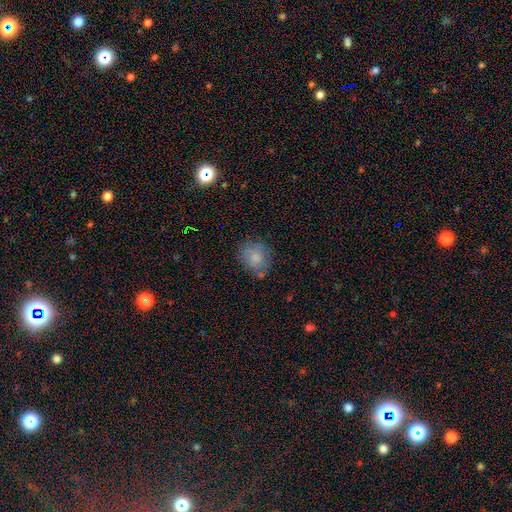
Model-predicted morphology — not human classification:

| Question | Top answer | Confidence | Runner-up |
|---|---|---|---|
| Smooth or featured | smooth | 75% | featured or disk (14%) |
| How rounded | round | 67% | in between (31%) |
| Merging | none | 68% | minor disturbance (21%) |